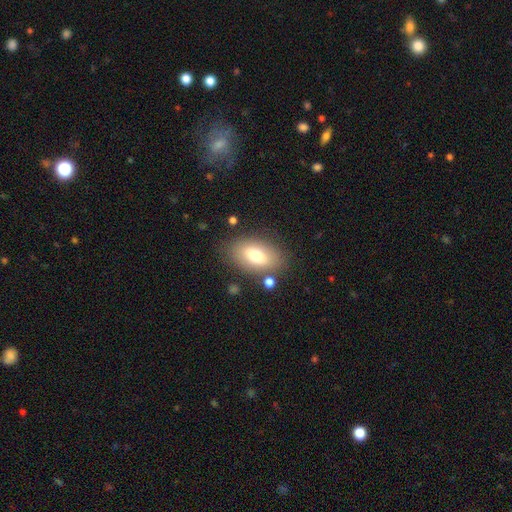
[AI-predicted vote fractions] Q: Smooth or featured?
A: smooth (73%); runner-up: featured or disk (19%)
Q: How rounded?
A: in between (90%); runner-up: round (7%)
Q: Merging?
A: none (79%); runner-up: minor disturbance (12%)